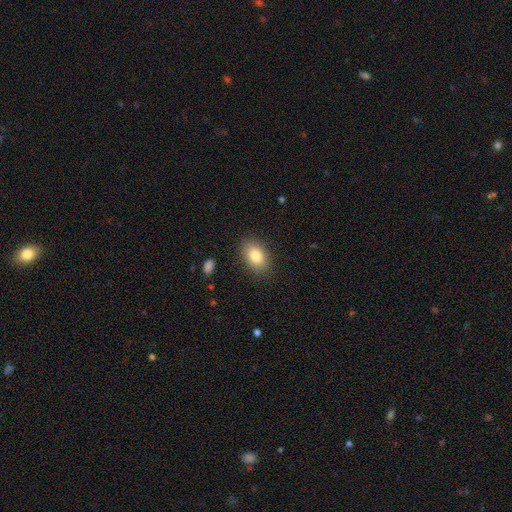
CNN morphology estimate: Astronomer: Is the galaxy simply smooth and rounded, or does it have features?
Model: smooth — 82%.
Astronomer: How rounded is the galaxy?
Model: in between — 86%.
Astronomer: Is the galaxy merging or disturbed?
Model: none — 86%.